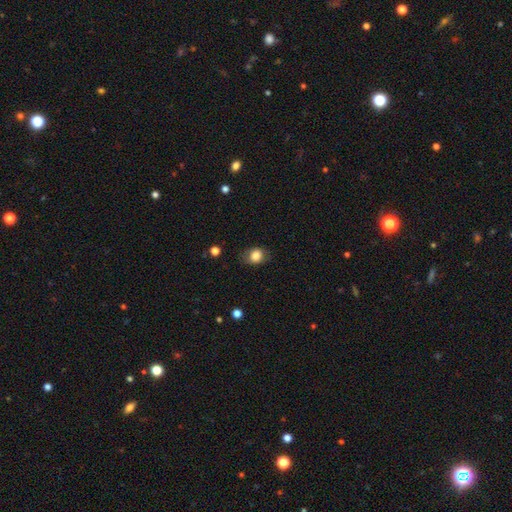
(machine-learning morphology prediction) Smooth or featured?
  - smooth: 81% *
  - featured or disk: 11%
  - star or artifact: 9%
How rounded?
  - in between: 58% *
  - round: 41%
  - cigar-shaped: 1%
Merging?
  - none: 74% *
  - minor disturbance: 19%
  - major disturbance: 6%
  - merger: 1%